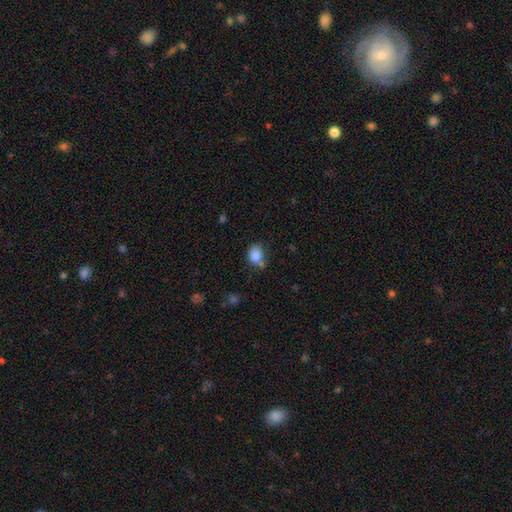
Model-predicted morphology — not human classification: type=smooth (85%); roundness=in between (55%); merging=none (60%).